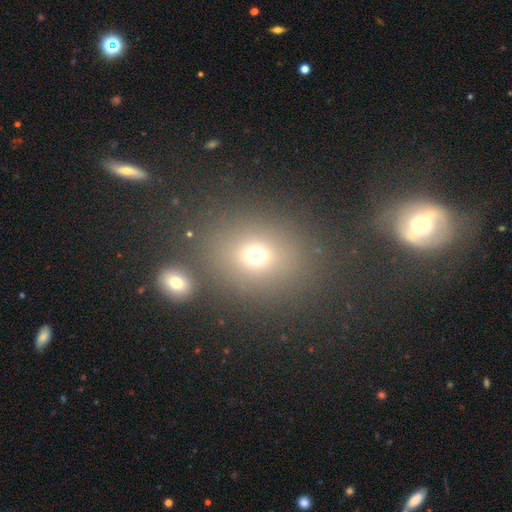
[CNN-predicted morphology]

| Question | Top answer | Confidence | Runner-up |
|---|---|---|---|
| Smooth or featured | smooth | 68% | star or artifact (22%) |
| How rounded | round | 64% | in between (34%) |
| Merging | none | 73% | merger (12%) |